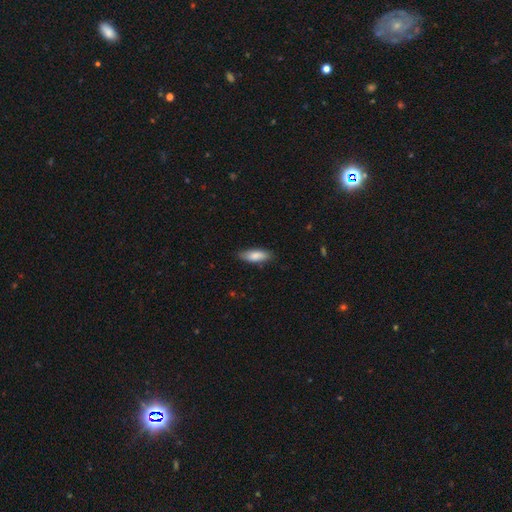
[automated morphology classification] smooth-or-featured: smooth: 83% | featured or disk: 11% | star or artifact: 6%
  how-rounded: in between: 63% | cigar-shaped: 35% | round: 2%
  merging: none: 83% | minor disturbance: 14% | major disturbance: 2% | merger: 1%